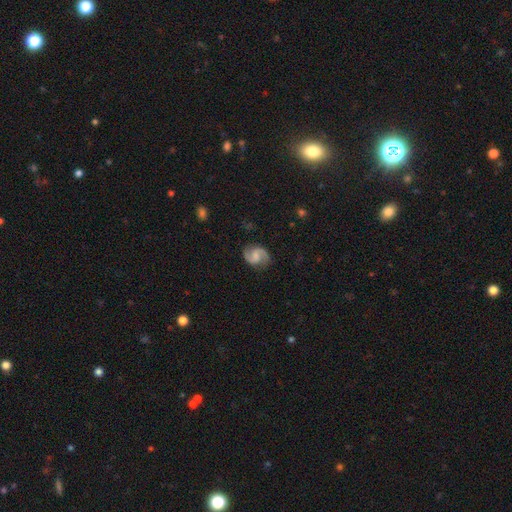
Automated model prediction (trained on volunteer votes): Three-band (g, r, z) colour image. It shows a featured or disk galaxy (84%) with a weak bar (49%), 2 (94%) medium (54%) spiral arms (97%) and no central bulge (40%). Merging: none (83%).